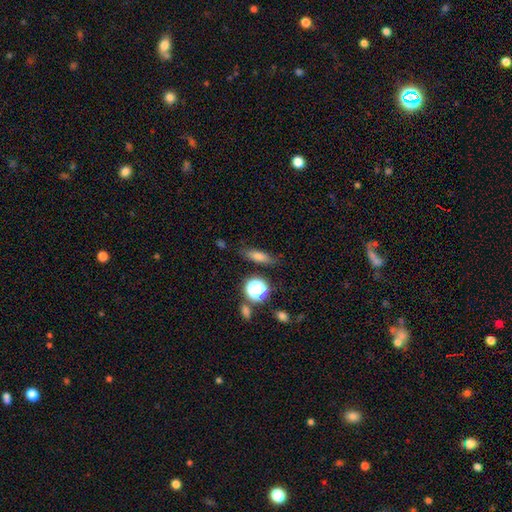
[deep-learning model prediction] smooth_or_featured: smooth (p=0.73) [alt: star or artifact p=0.14]
how_rounded: in between (p=0.47) [alt: cigar-shaped p=0.41]
merging: none (p=0.78) [alt: minor disturbance p=0.15]